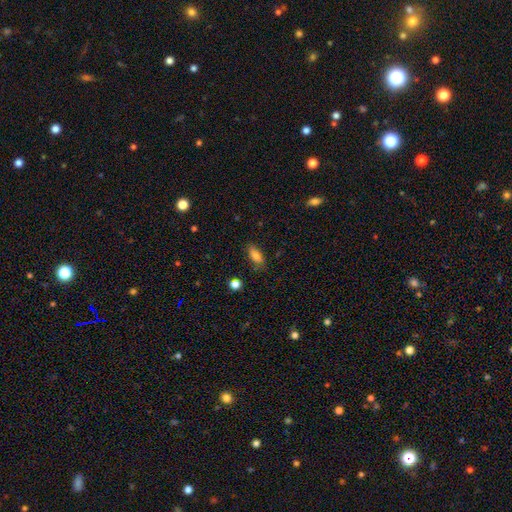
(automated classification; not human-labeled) The model was most divided on "merging": none: 77%, minor disturbance: 17%, major disturbance: 4%, merger: 2%. More confident: smooth or featured — smooth (82%); how rounded — in between (81%).